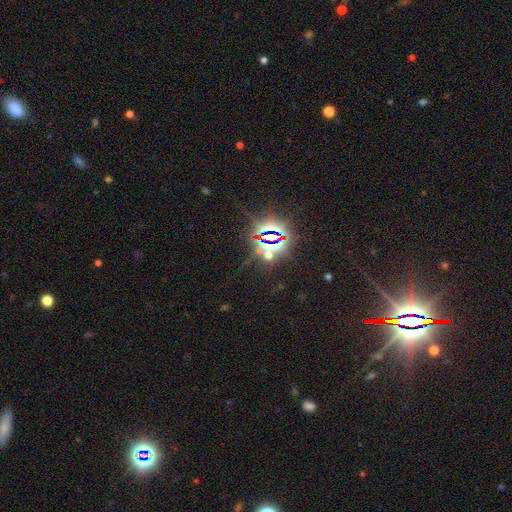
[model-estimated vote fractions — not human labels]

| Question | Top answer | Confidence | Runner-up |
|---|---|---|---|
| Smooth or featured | star or artifact | 86% | smooth (7%) |